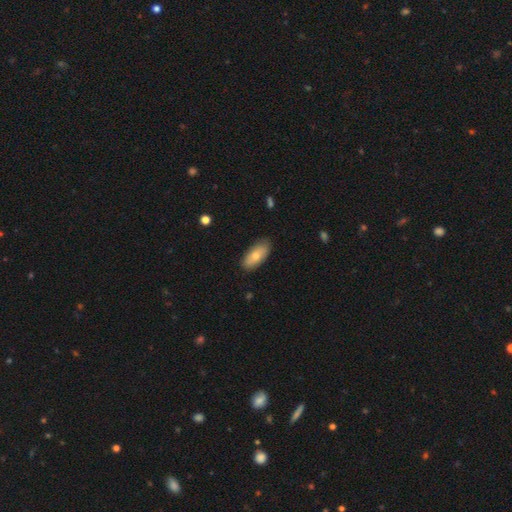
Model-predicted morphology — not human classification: Q: Smooth or featured?
A: smooth (73%); runner-up: featured or disk (21%)
Q: How rounded?
A: in between (87%); runner-up: cigar-shaped (11%)
Q: Merging?
A: none (85%); runner-up: minor disturbance (12%)